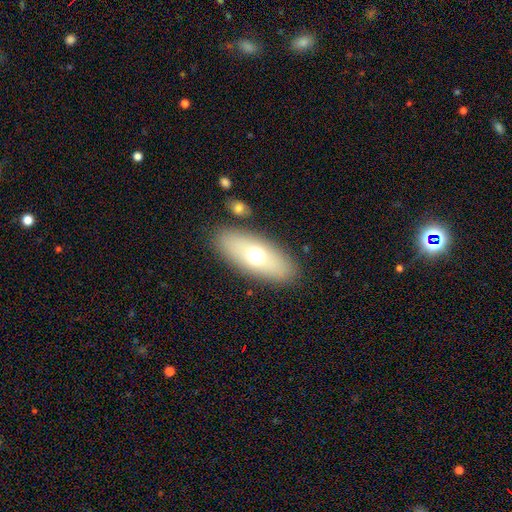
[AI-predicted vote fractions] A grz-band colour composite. It shows a smooth galaxy with no disk features (64%) that is in between round and cigar-shaped (79%). Merging: none (85%).